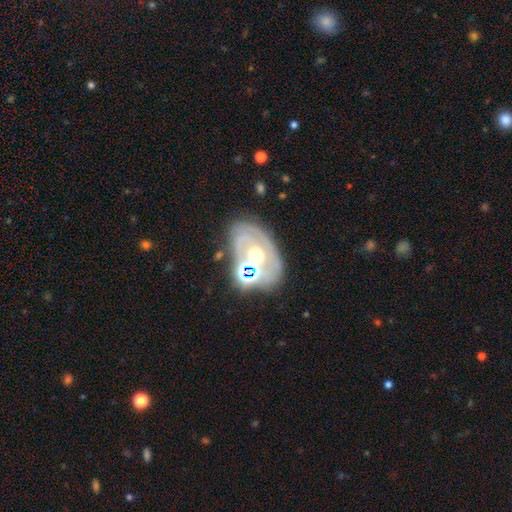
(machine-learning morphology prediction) Q: Smooth or featured?
A: featured or disk (59%); runner-up: smooth (26%)
Q: Edge-on disk?
A: no (93%); runner-up: yes (7%)
Q: Bar?
A: no (81%); runner-up: weak (13%)
Q: Spiral arms?
A: no (62%); runner-up: yes (38%)
Q: Bulge size?
A: moderate (71%); runner-up: small (13%)
Q: Merging?
A: none (62%); runner-up: minor disturbance (17%)